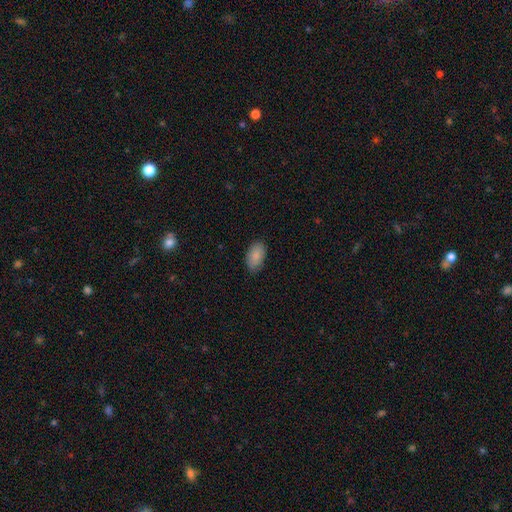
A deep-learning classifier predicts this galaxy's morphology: Smooth or featured? smooth (88%)
How rounded? in between (94%)
Merging? none (85%)